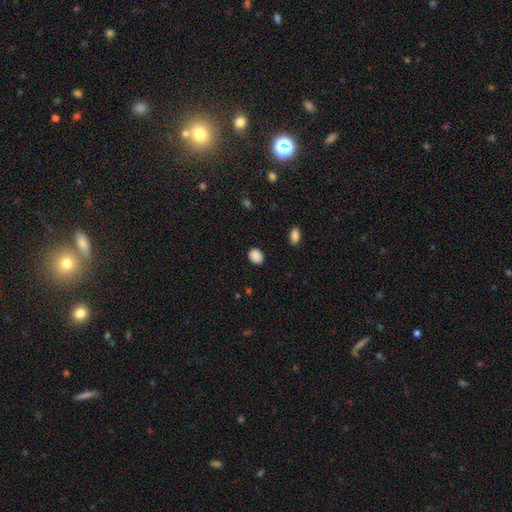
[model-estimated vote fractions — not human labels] smooth 89%, star or artifact 9%, featured or disk 3%. Down the decision tree: how rounded — in between (51%); merging — none (88%).